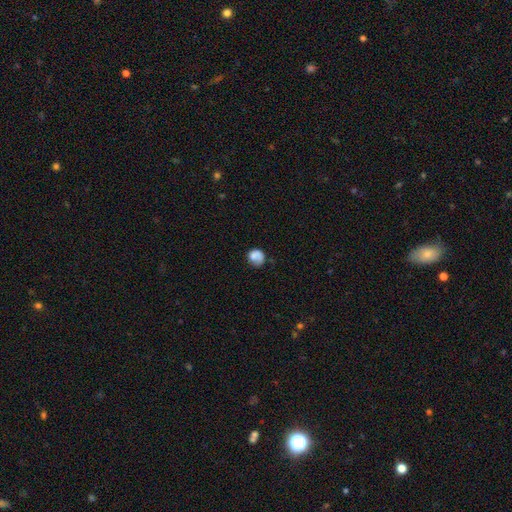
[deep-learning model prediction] A smooth galaxy with no disk features (70%) that is round (76%).

Vote fractions:
- Smooth or featured? smooth: 70% / featured or disk: 21% / star or artifact: 9%
- How rounded? round: 76% / in between: 23% / cigar-shaped: 1%
- Merging? none: 53% / minor disturbance: 25% / major disturbance: 18% / merger: 4%